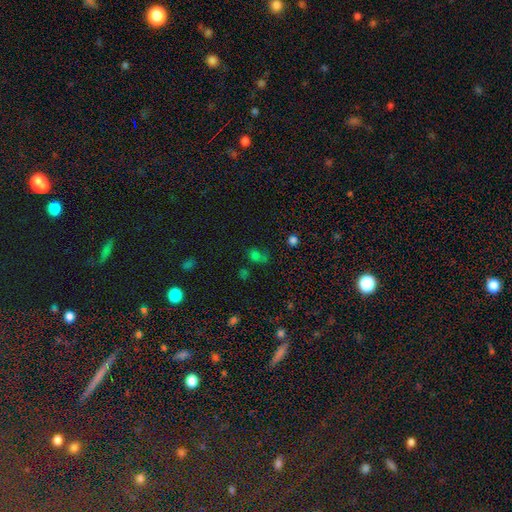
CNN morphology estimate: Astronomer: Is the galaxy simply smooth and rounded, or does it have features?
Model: smooth — 55% (runner-up: star or artifact, 36%).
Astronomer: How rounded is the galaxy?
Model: in between — 51% (runner-up: round, 46%).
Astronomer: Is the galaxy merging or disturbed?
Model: none — 45% (runner-up: minor disturbance, 20%).